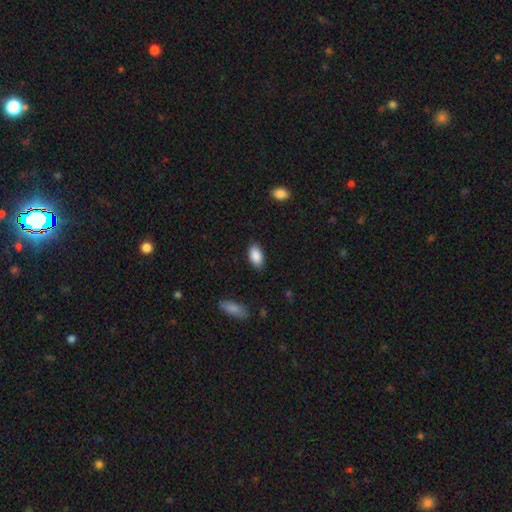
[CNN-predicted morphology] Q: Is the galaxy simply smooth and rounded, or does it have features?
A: smooth — 89%.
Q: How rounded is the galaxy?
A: in between — 94%.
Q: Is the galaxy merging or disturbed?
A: none — 86%.